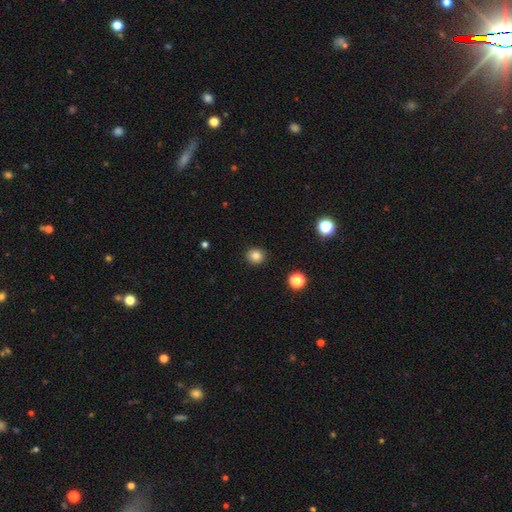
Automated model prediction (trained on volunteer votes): This is clearly a smooth galaxy (83%). How rounded: clearly round (89%). Merging: clearly none (92%).